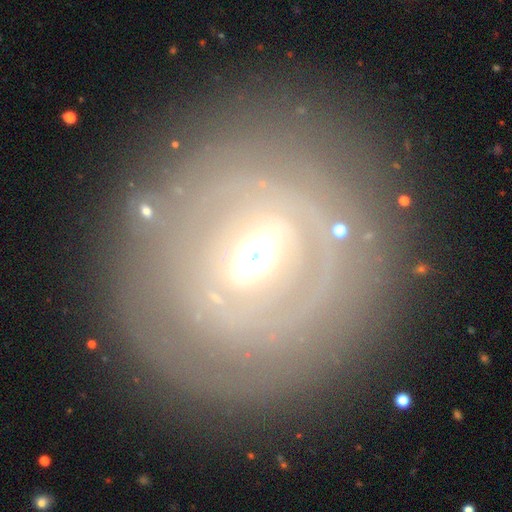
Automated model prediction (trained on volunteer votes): Morphology: type=featured or disk (70%); edge-on=no (90%); bar=weak (39%); spiral arms=no (55%); bulge=moderate (59%); merging=none (74%).